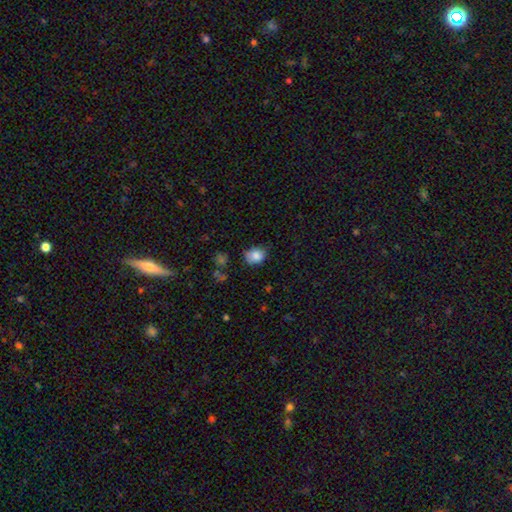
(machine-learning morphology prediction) Smooth or featured? smooth (84%)
How rounded? round (52%)
Merging? none (66%)